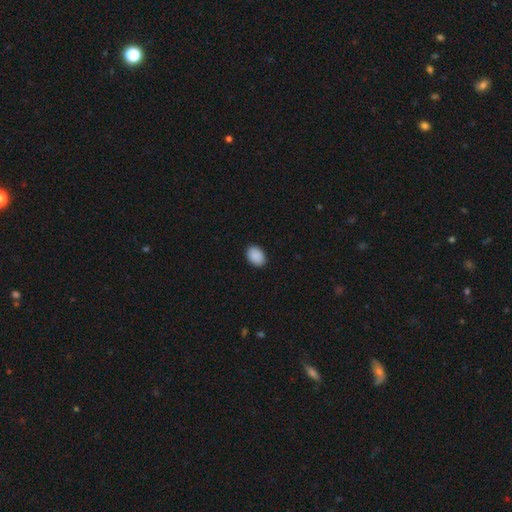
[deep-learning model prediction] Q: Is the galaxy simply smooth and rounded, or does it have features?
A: smooth — 91%.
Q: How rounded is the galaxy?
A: in between — 82%.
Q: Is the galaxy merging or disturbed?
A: none — 90%.